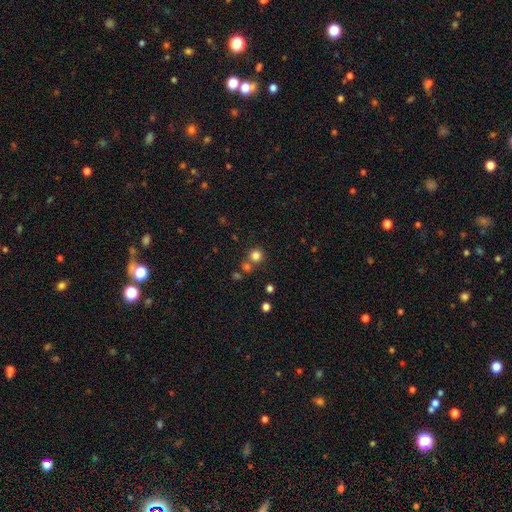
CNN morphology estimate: Overall: smooth (80%). How rounded: round (92%). Merging: none (70%).